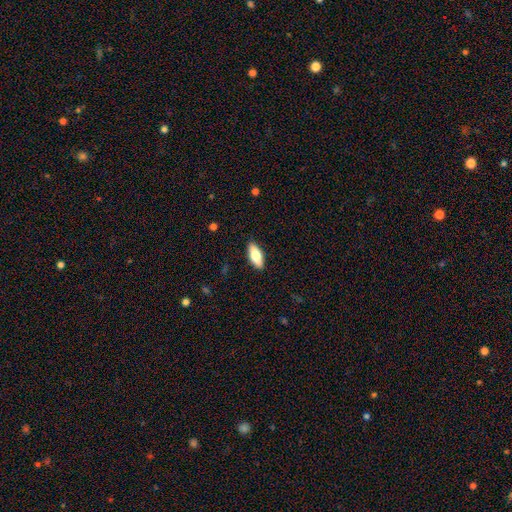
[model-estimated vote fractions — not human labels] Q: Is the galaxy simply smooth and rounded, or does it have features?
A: smooth — 69%.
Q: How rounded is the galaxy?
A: in between — 73%.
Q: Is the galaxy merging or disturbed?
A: none — 89%.